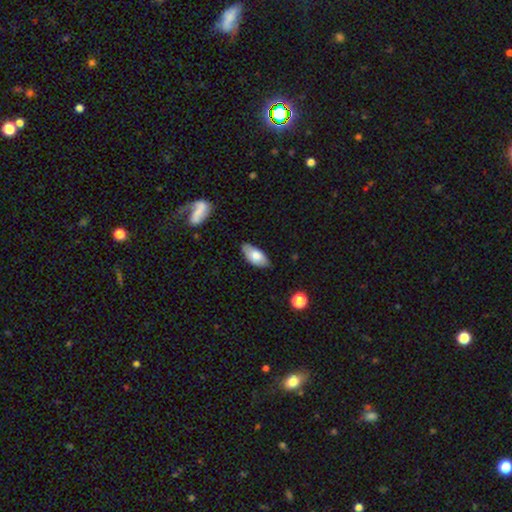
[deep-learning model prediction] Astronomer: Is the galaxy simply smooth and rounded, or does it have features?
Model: smooth — 76%.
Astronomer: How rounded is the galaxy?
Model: in between — 92%.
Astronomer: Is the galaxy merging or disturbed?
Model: none — 77%.